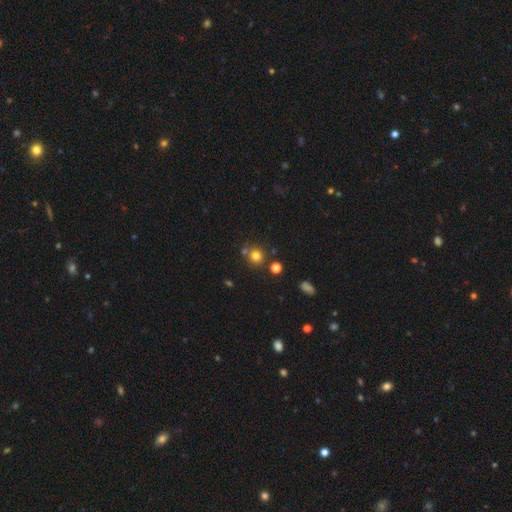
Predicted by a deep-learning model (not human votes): smooth 76%, star or artifact 16%, featured or disk 8%. Down the decision tree: how rounded — round (91%); merging — none (75%).